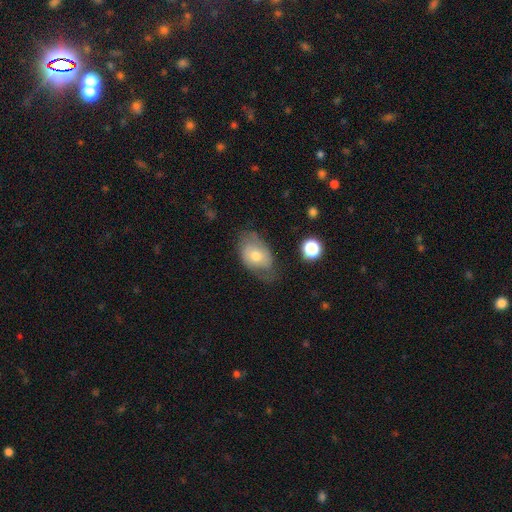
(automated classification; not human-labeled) A smooth galaxy with no disk features (60%) that is in between round and cigar-shaped (83%).

Vote fractions:
- Smooth or featured? smooth: 60% / featured or disk: 31% / star or artifact: 8%
- How rounded? in between: 83% / round: 16% / cigar-shaped: 1%
- Merging? none: 54% / minor disturbance: 31% / major disturbance: 13% / merger: 2%